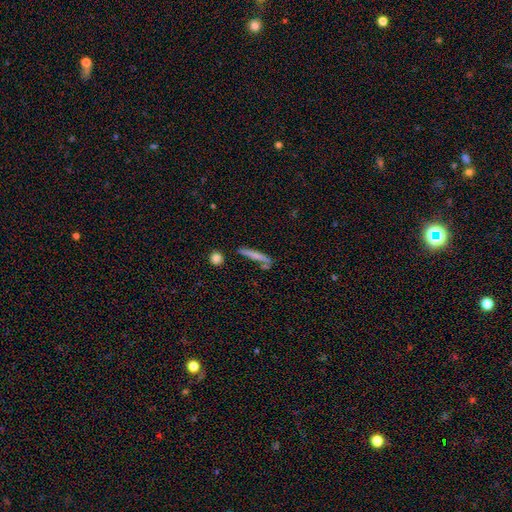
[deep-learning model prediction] The model was most divided on "smooth or featured": smooth: 64%, featured or disk: 29%, star or artifact: 8%. More confident: how rounded — cigar-shaped (91%); merging — none (72%).